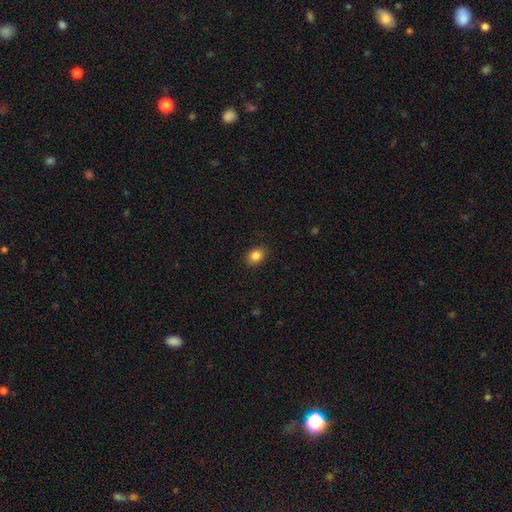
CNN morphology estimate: The model was most divided on "how rounded": in between: 66%, round: 33%, cigar-shaped: 1%. More confident: merging — none (88%); smooth or featured — smooth (85%).